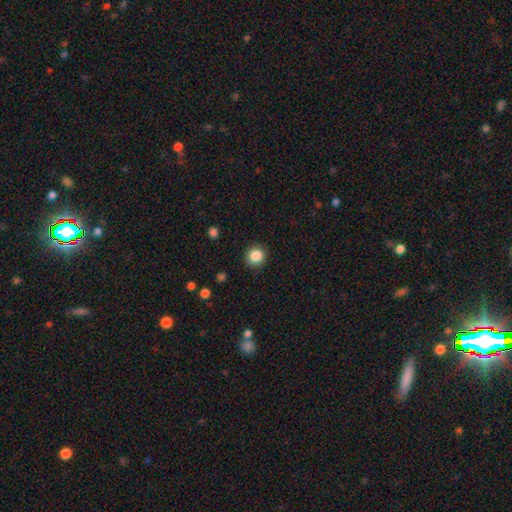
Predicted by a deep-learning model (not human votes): smooth-or-featured: smooth: 86% | star or artifact: 10% | featured or disk: 4%
  how-rounded: round: 89% | in between: 10% | cigar-shaped: 1%
  merging: none: 90% | minor disturbance: 7% | major disturbance: 2% | merger: 1%